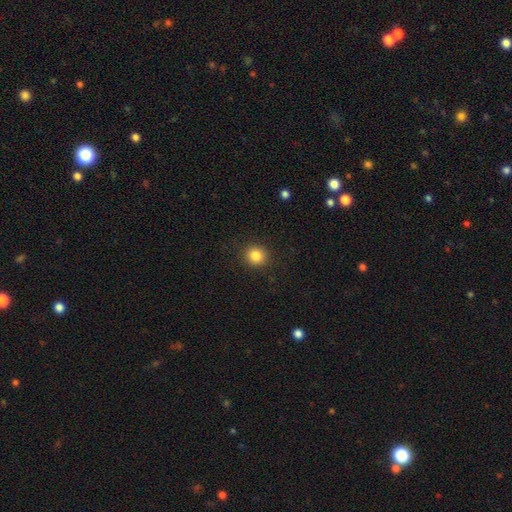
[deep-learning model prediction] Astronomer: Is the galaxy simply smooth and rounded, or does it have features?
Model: smooth — 84%.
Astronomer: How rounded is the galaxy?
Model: round — 89%.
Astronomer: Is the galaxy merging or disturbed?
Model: none — 91%.